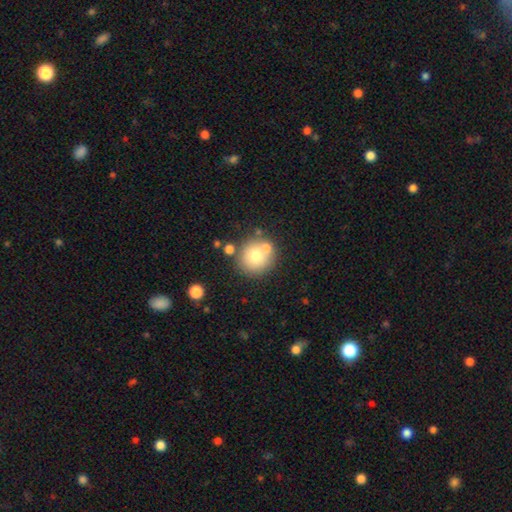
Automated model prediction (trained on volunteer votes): Smooth or featured? Predicted: smooth (p=0.70). How rounded? Predicted: round (p=0.90). Merging? Predicted: none (p=0.65).